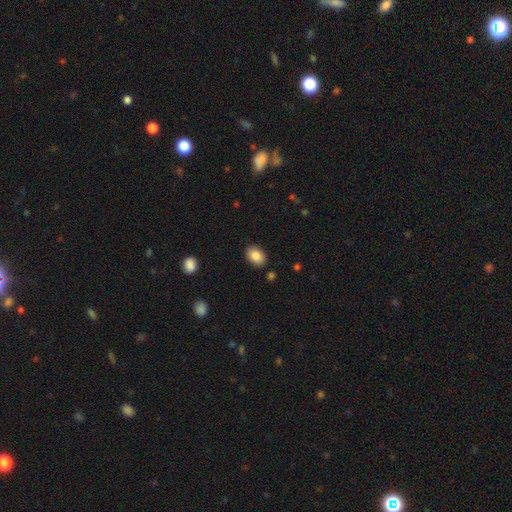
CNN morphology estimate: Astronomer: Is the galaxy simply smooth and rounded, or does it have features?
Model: smooth — 87%.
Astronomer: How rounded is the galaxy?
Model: in between — 80%.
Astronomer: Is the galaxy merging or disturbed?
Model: none — 86%.